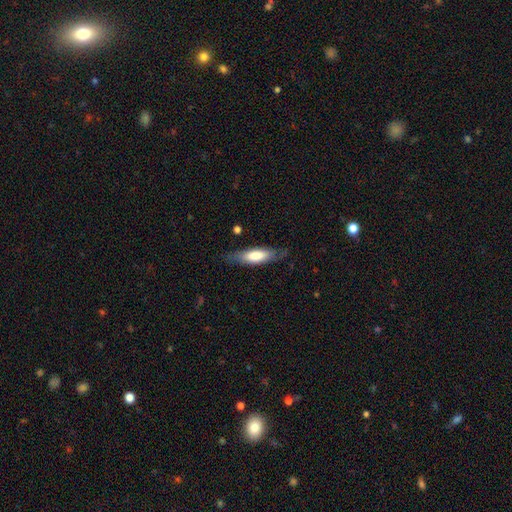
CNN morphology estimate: smooth 67%, featured or disk 27%, star or artifact 6%. Down the decision tree: how rounded — cigar-shaped (53%); merging — none (76%).